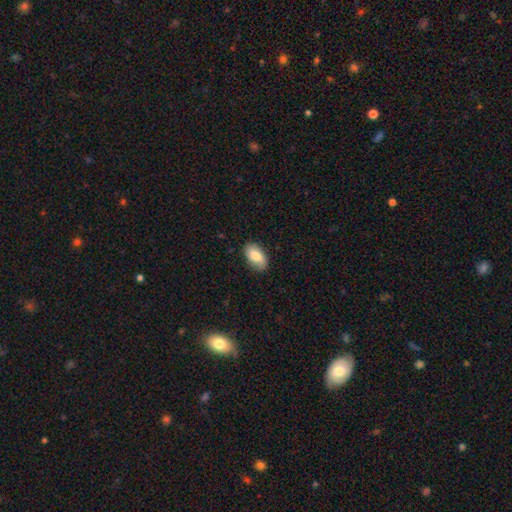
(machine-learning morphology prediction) smooth-or-featured: smooth: 79% | featured or disk: 15% | star or artifact: 6%
  how-rounded: in between: 93% | round: 4% | cigar-shaped: 2%
  merging: none: 84% | minor disturbance: 13% | major disturbance: 2% | merger: 1%